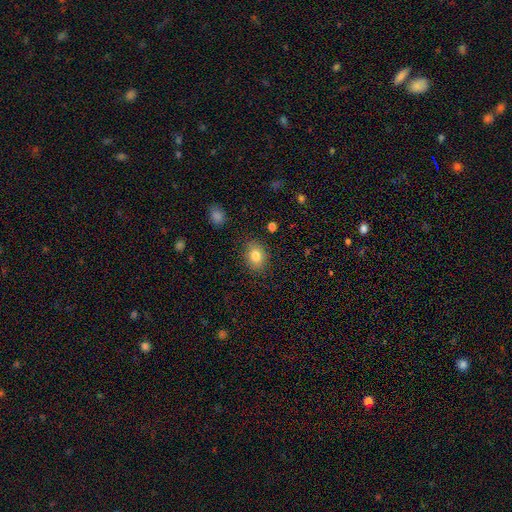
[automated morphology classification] Smooth or featured: smooth — 82% (star or artifact — 10%)
How rounded: in between — 62% (round — 37%)
Merging: none — 85% (minor disturbance — 11%)